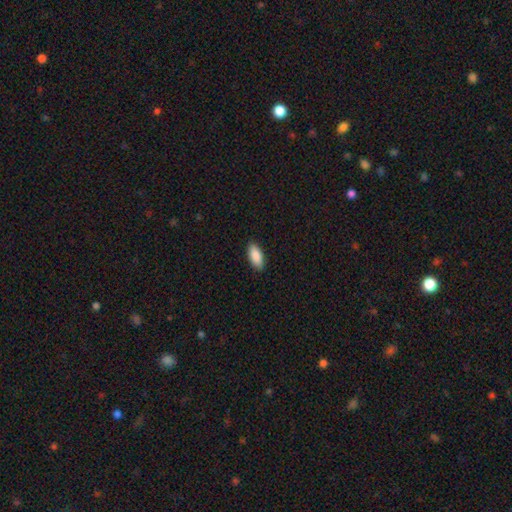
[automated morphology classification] smooth 90%, star or artifact 6%, featured or disk 4%. Down the decision tree: how rounded — in between (89%); merging — none (90%).